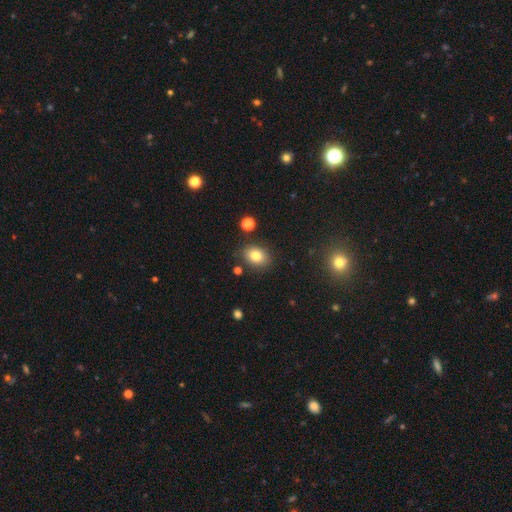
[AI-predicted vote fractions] This is clearly a smooth galaxy (80%). How rounded: likely in between (70%). Merging: clearly none (82%).